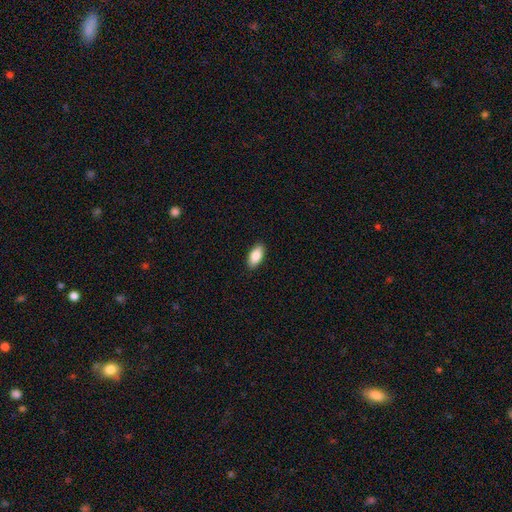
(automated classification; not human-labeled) This appears to be a smooth galaxy with no disk features (85%) that is in between round and cigar-shaped (91%). Merging: none (89%).